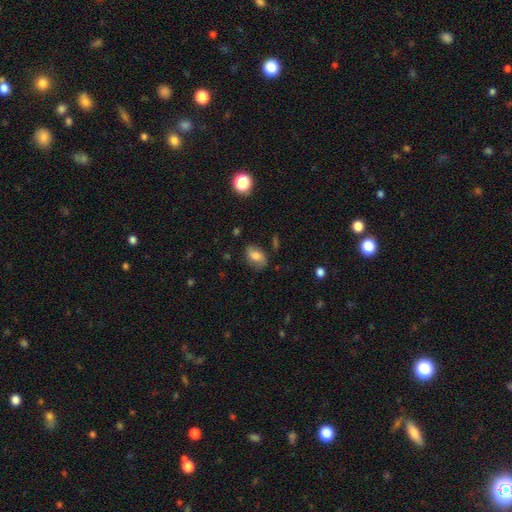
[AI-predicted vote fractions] Morphology: type=smooth (71%); roundness=in between (85%); merging=none (70%).